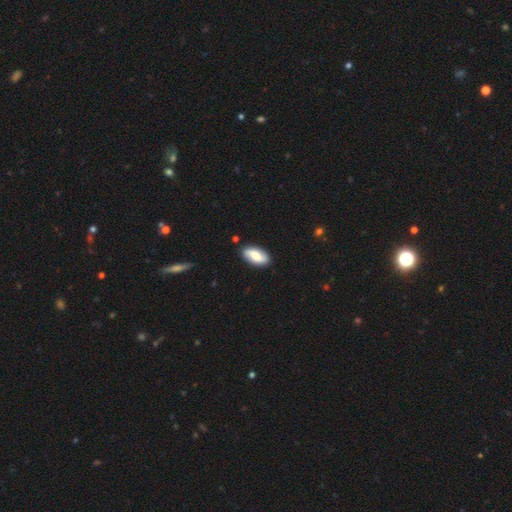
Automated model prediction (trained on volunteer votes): smooth_or_featured: smooth (p=0.52) [alt: featured or disk p=0.42]
how_rounded: in between (p=0.92) [alt: cigar-shaped p=0.05]
merging: none (p=0.87) [alt: minor disturbance p=0.09]